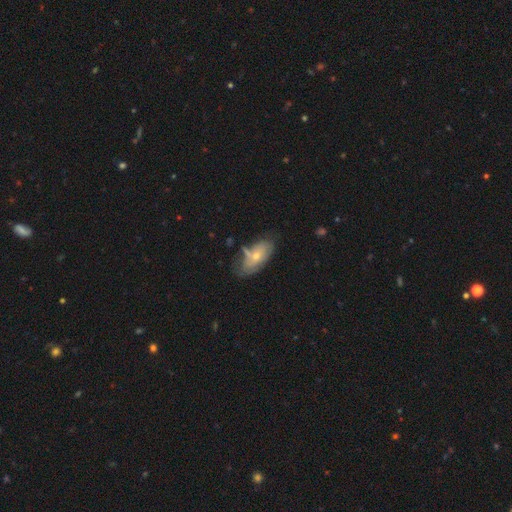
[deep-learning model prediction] A smooth galaxy with no disk features (59%) that is in between round and cigar-shaped (90%).

Vote fractions:
- Smooth or featured? smooth: 59% / featured or disk: 34% / star or artifact: 7%
- How rounded? in between: 90% / cigar-shaped: 6% / round: 4%
- Merging? none: 46% / minor disturbance: 30% / major disturbance: 13% / merger: 12%